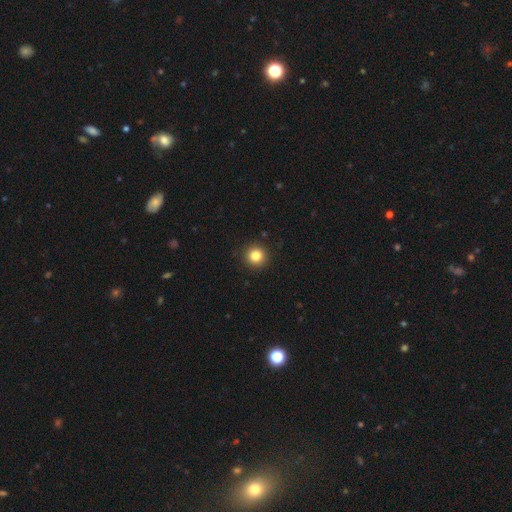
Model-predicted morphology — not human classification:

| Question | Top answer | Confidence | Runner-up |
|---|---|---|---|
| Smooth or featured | smooth | 83% | star or artifact (11%) |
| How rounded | round | 95% | in between (4%) |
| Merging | none | 92% | minor disturbance (5%) |